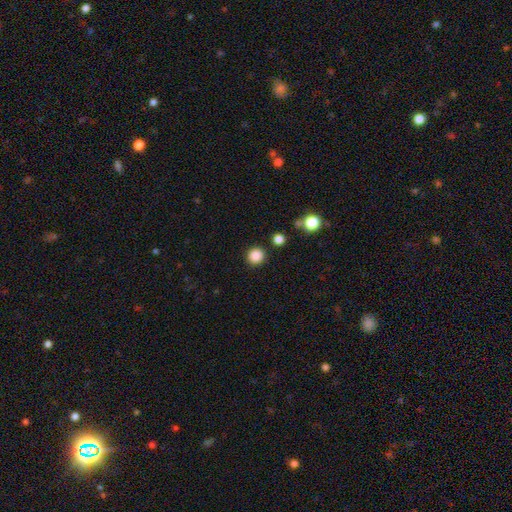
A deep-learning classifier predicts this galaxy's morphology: Smooth or featured? Predicted: smooth (p=0.87). How rounded? Predicted: round (p=0.89). Merging? Predicted: none (p=0.88).